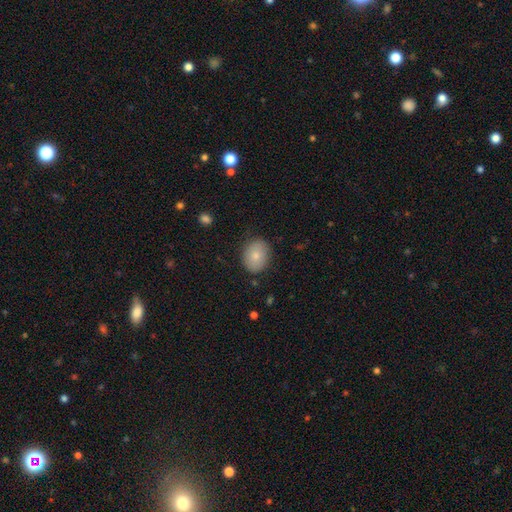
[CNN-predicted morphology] This appears to be a smooth galaxy with no disk features (80%) that is in between round and cigar-shaped (51%). Merging: none (84%).